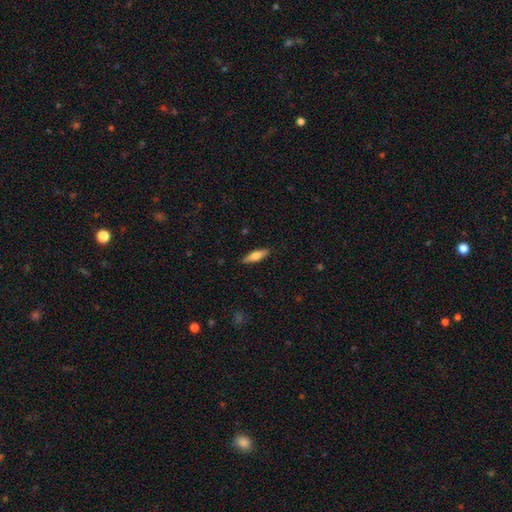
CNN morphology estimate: smooth_or_featured: smooth (p=0.61) [alt: featured or disk p=0.32]
how_rounded: cigar-shaped (p=0.57) [alt: in between p=0.41]
merging: none (p=0.88) [alt: minor disturbance p=0.09]